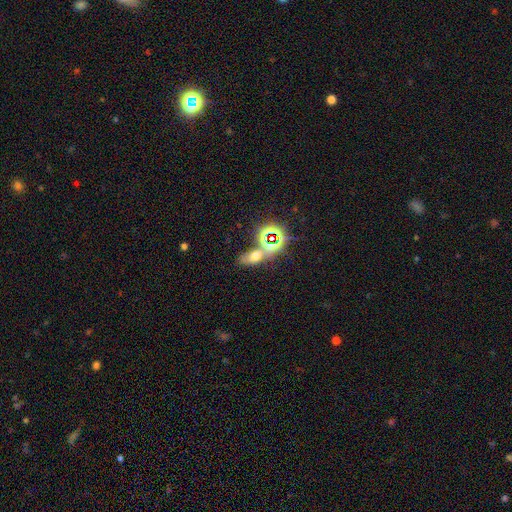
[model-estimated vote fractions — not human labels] This is possibly a smooth galaxy (47%). Merging: possibly none (51%).